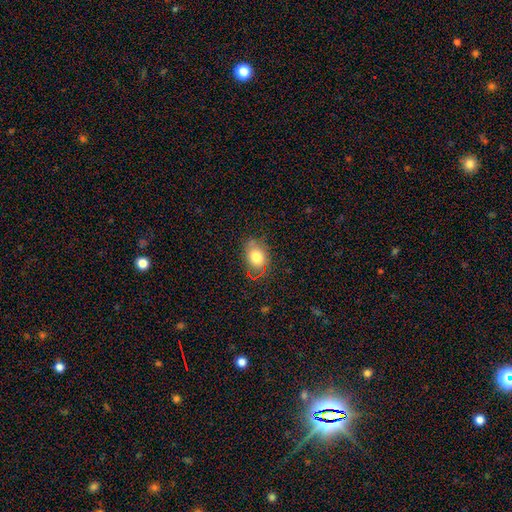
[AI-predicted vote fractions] Smooth or featured? smooth (77%)
How rounded? in between (63%)
Merging? none (74%)